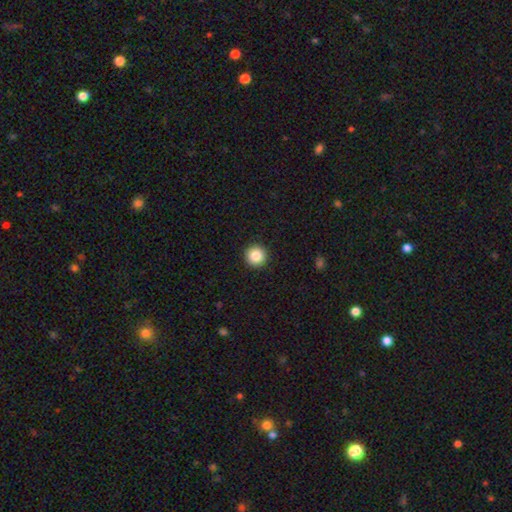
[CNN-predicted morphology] This is clearly a smooth galaxy (86%). How rounded: clearly round (96%). Merging: clearly none (93%).